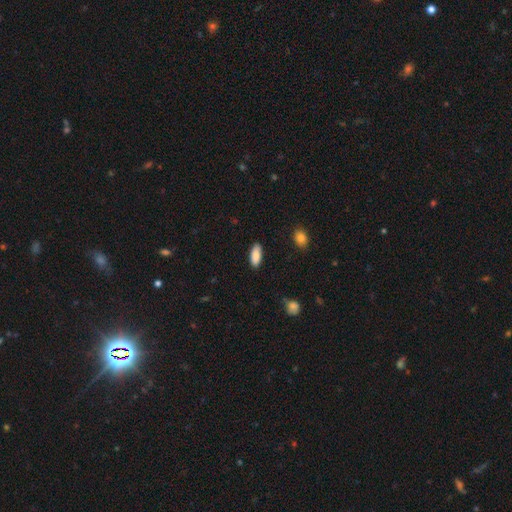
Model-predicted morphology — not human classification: Smooth or featured? smooth (88%)
How rounded? in between (80%)
Merging? none (87%)